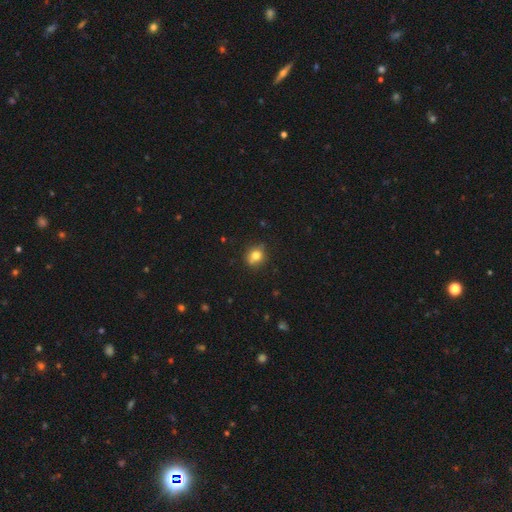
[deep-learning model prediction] The model was most divided on "how rounded": round: 70%, in between: 29%, cigar-shaped: 1%. More confident: merging — none (77%); smooth or featured — smooth (75%).